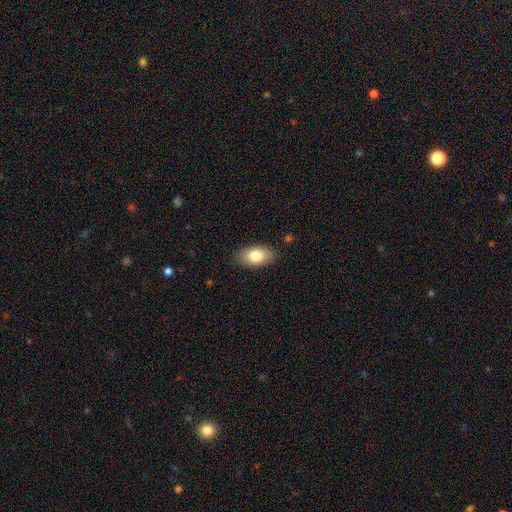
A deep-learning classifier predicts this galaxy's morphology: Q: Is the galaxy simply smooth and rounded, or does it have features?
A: smooth — 81%.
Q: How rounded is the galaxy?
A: in between — 92%.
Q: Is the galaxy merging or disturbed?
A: none — 85%.